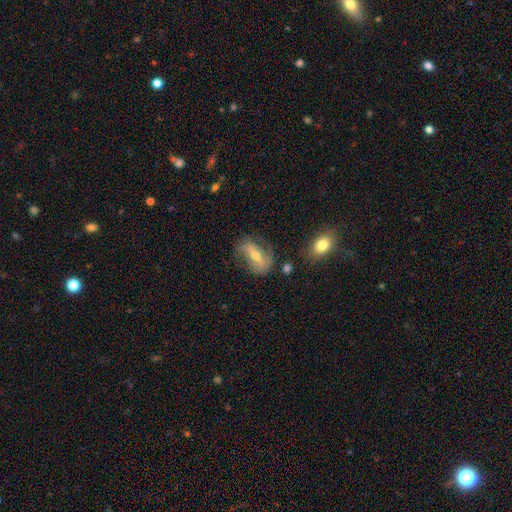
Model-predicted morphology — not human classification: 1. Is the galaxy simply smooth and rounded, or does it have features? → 63% featured or disk, 27% smooth, 10% star or artifact.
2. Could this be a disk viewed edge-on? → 87% no, 13% yes.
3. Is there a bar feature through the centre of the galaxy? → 48% strong, 30% weak, 22% no.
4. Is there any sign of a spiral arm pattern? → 73% yes, 27% no.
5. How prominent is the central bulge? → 54% moderate, 41% small, 3% large, 2% none, 1% dominant.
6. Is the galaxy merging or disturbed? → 59% none, 23% minor disturbance, 14% major disturbance, 4% merger.